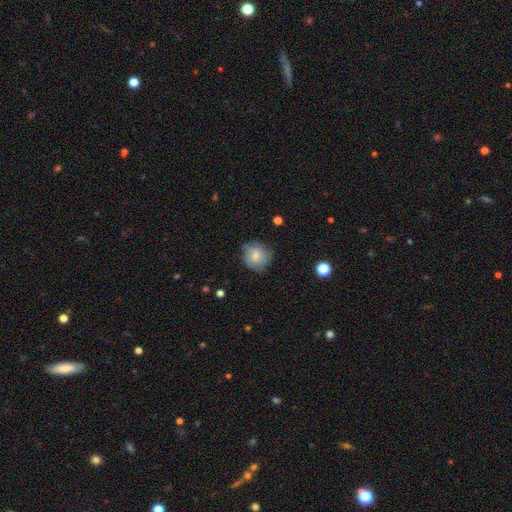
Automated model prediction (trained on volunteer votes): Smooth or featured? smooth (66%)
How rounded? round (84%)
Merging? none (67%)